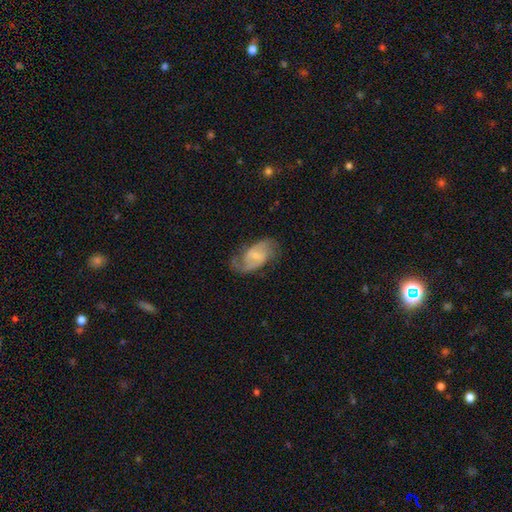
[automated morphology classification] The model was most divided on "spiral winding": medium: 50%, loose: 31%, tight: 19%. Remaining: edge-on disk — no (97%); spiral arms — yes (94%); spiral arm count — 2 (87%); smooth or featured — featured or disk (78%); merging — none (69%); bar — weak (57%); bulge size — small (49%).